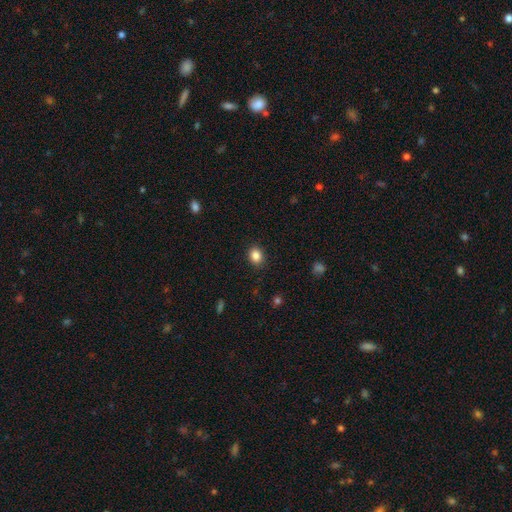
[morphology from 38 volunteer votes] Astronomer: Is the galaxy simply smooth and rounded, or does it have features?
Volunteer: smooth — 89%.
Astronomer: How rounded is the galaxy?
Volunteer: in between — 56% (runner-up: round, 44%).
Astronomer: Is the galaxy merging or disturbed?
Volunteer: none — 89%.